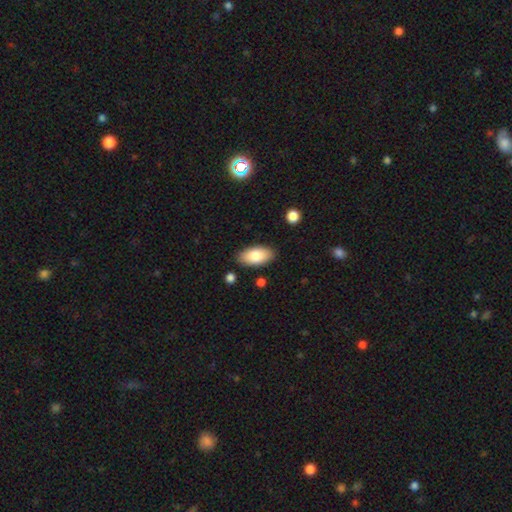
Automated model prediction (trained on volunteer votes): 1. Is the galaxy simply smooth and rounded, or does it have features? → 82% smooth, 12% featured or disk, 6% star or artifact.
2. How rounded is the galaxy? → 93% in between, 4% cigar-shaped, 2% round.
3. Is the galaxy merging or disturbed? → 85% none, 10% minor disturbance, 2% major disturbance, 2% merger.